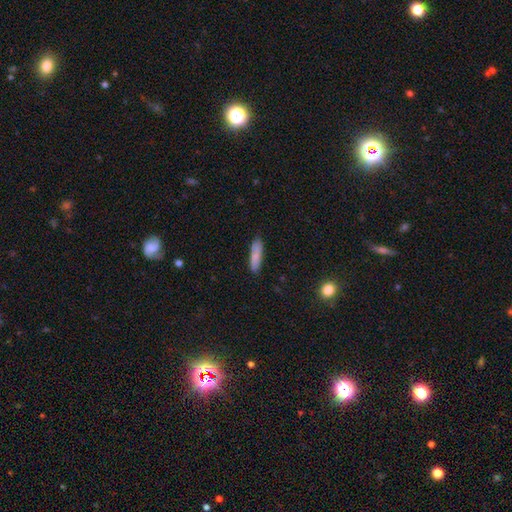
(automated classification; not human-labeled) Smooth or featured: smooth — 84% (featured or disk — 10%)
How rounded: cigar-shaped — 65% (in between — 34%)
Merging: none — 84% (minor disturbance — 13%)